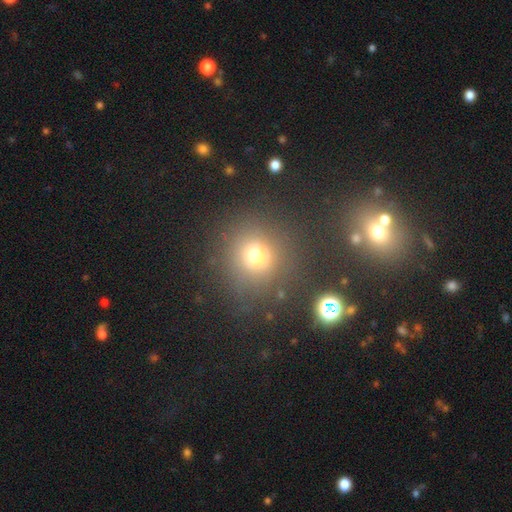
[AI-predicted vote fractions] This appears to be a smooth galaxy with no disk features (70%) that is round (89%). Merging: none (81%).